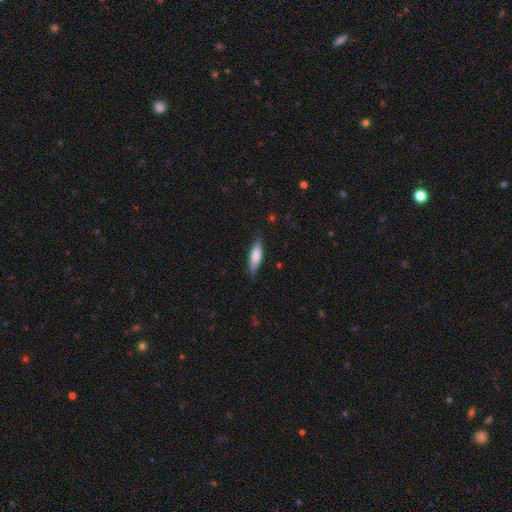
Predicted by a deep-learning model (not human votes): Smooth or featured? Predicted: smooth (p=0.78). How rounded? Predicted: cigar-shaped (p=0.60). Merging? Predicted: none (p=0.79).